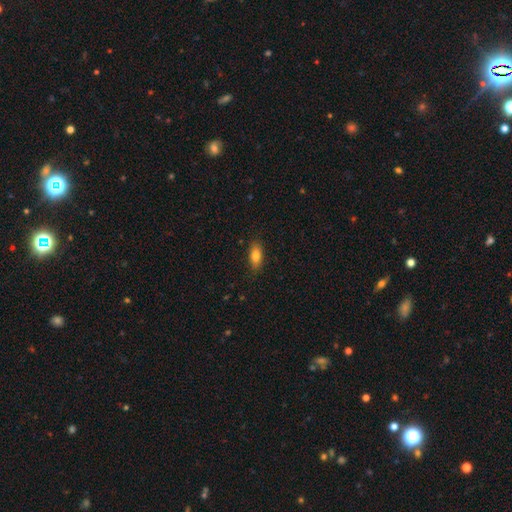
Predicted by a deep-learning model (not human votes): Overall: smooth (81%). How rounded: in between (83%). Merging: none (85%).